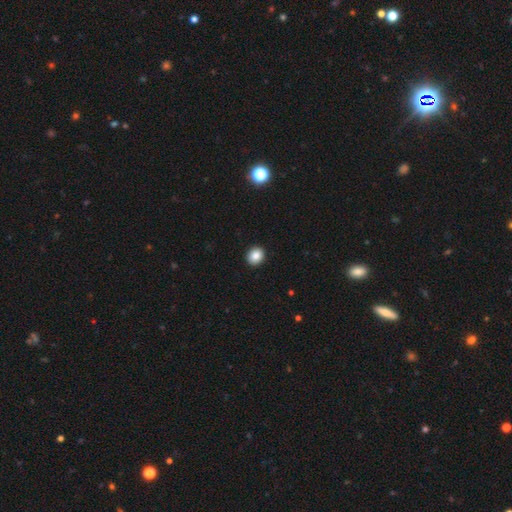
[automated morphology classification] type=smooth (86%); roundness=round (76%); merging=none (93%).